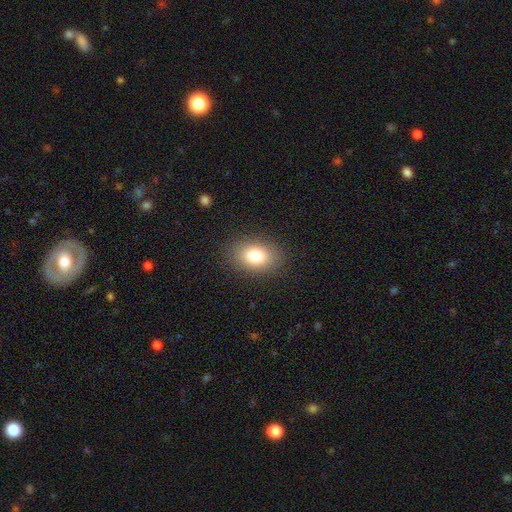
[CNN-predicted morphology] A smooth galaxy with no disk features (81%) that is in between round and cigar-shaped (81%).

Vote fractions:
- Smooth or featured? smooth: 81% / star or artifact: 10% / featured or disk: 9%
- How rounded? in between: 81% / round: 17% / cigar-shaped: 1%
- Merging? none: 87% / minor disturbance: 9% / major disturbance: 3% / merger: 1%